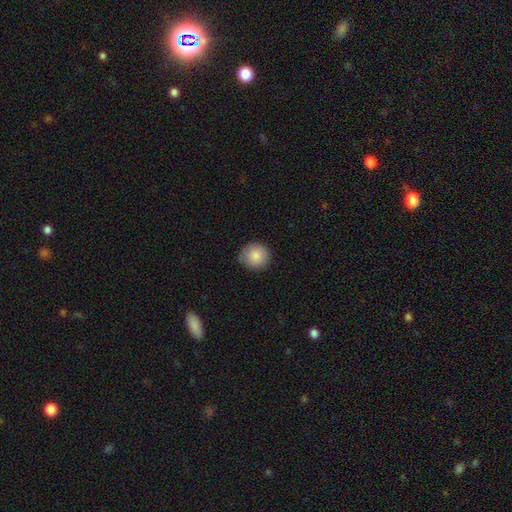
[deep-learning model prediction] The model was most divided on "merging": none: 80%, minor disturbance: 16%, major disturbance: 3%, merger: 1%. More confident: how rounded — round (90%); smooth or featured — smooth (87%).